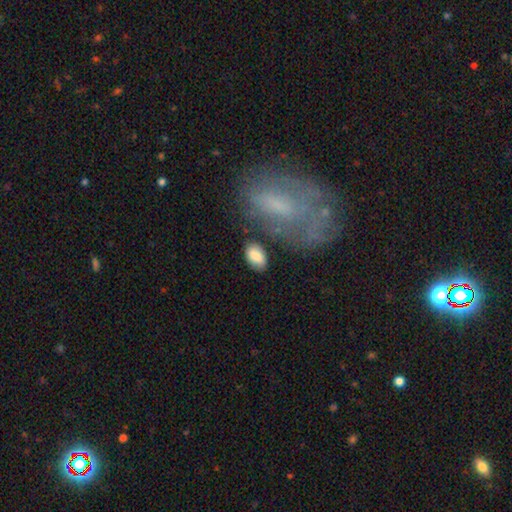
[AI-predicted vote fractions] Overall: smooth (81%). How rounded: in between (92%). Merging: none (75%).